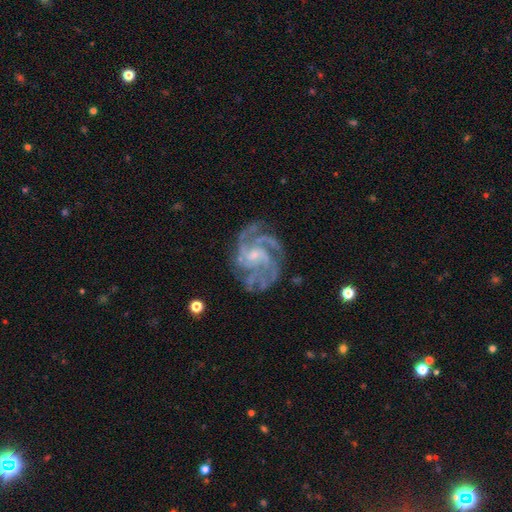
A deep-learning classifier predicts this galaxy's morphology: This appears to be a featured or disk galaxy (89%) with no bar (52%), 3 (28%) tight (46%) spiral arms (97%) and a small central bulge (53%). Merging: none (70%).